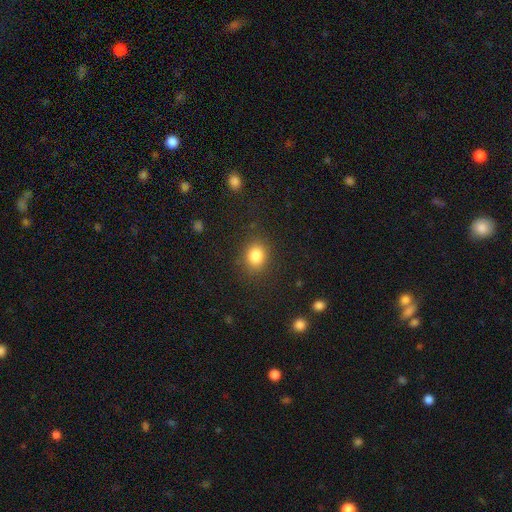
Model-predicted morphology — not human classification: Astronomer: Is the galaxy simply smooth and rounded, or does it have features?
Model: smooth — 84%.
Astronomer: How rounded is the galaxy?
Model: round — 61% (runner-up: in between, 39%).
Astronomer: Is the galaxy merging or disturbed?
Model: none — 86%.